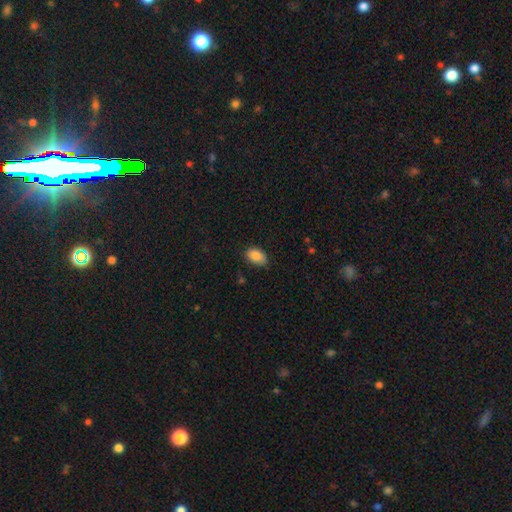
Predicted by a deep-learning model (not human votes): smooth-or-featured: smooth: 87% | star or artifact: 7% | featured or disk: 5%
  how-rounded: in between: 89% | round: 10% | cigar-shaped: 1%
  merging: none: 80% | minor disturbance: 16% | major disturbance: 3% | merger: 1%